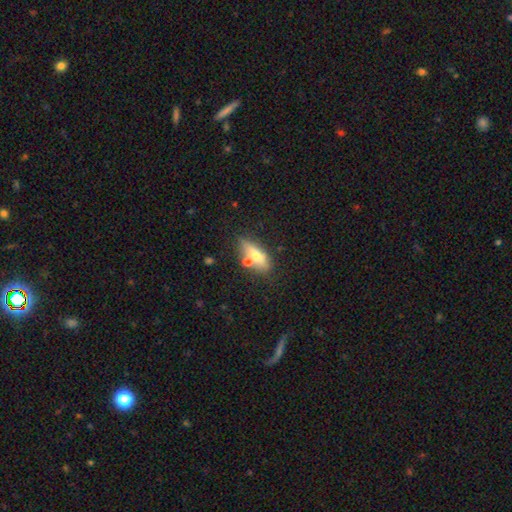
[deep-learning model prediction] smooth-or-featured: smooth: 60% | featured or disk: 32% | star or artifact: 8%
  how-rounded: in between: 58% | cigar-shaped: 37% | round: 5%
  merging: none: 61% | merger: 18% | minor disturbance: 15% | major disturbance: 5%